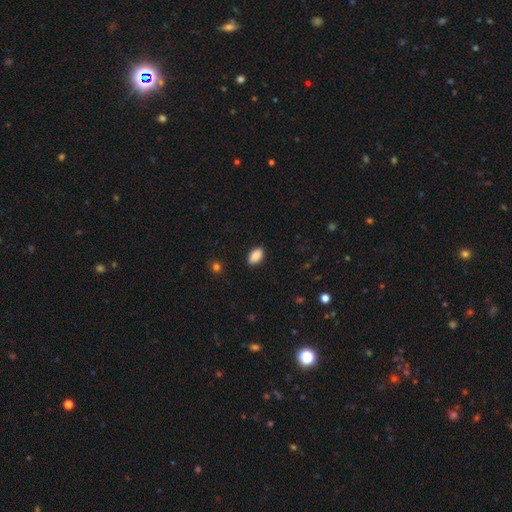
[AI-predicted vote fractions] Smooth or featured? smooth (90%)
How rounded? in between (92%)
Merging? none (88%)